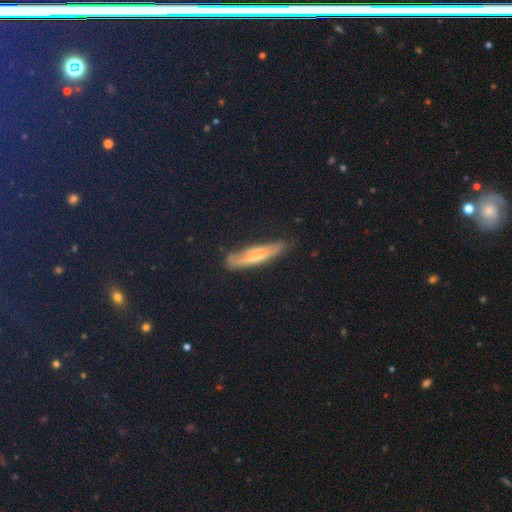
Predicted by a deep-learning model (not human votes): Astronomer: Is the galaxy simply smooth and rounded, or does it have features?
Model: featured or disk — 39% (runner-up: smooth, 38%).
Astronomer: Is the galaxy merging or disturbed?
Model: none — 75%.